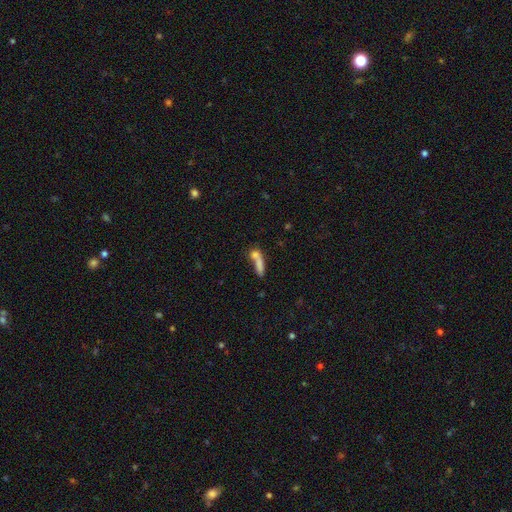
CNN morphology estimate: smooth_or_featured: smooth (p=0.72) [alt: featured or disk p=0.17]
how_rounded: cigar-shaped (p=0.58) [alt: in between p=0.31]
merging: merger (p=0.44) [alt: none p=0.38]